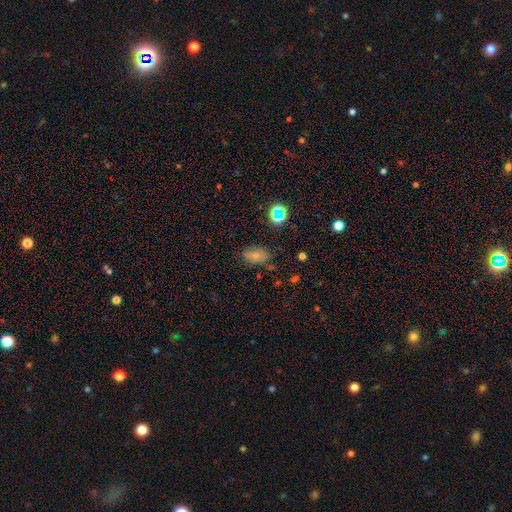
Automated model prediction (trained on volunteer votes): A smooth galaxy with no disk features (65%) that is in between round and cigar-shaped (85%). Merging: none (68%).